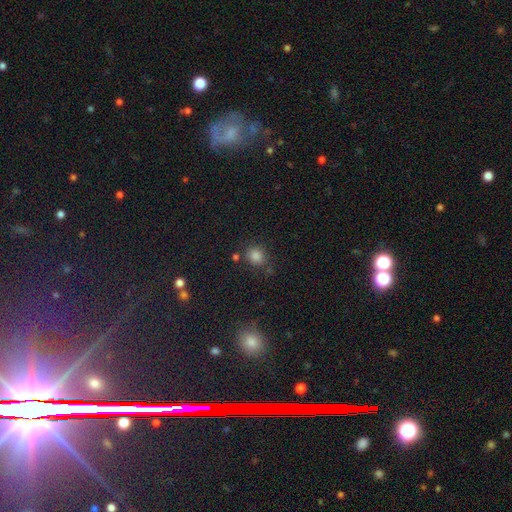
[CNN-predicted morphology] Q: Smooth or featured?
A: smooth (79%); runner-up: star or artifact (16%)
Q: How rounded?
A: round (73%); runner-up: in between (26%)
Q: Merging?
A: none (75%); runner-up: minor disturbance (13%)